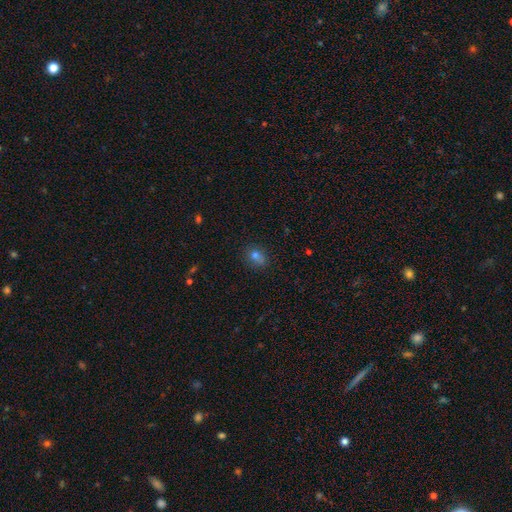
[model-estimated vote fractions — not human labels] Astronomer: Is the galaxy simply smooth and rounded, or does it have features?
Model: smooth — 74%.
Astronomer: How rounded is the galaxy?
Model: round — 53% (runner-up: in between, 45%).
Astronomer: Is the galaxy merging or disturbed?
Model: none — 68%.